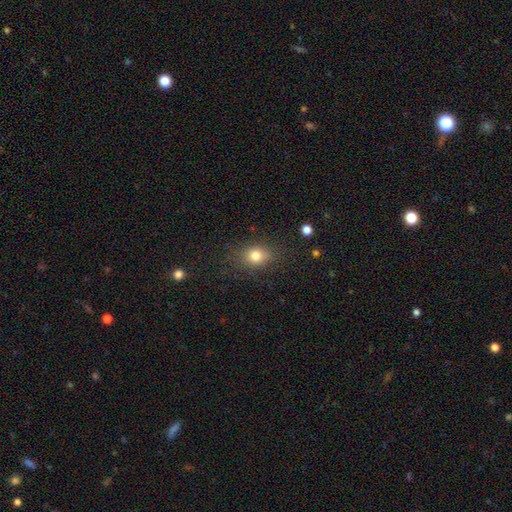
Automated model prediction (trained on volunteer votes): Smooth or featured?
  - smooth: 79% *
  - star or artifact: 12%
  - featured or disk: 9%
How rounded?
  - in between: 53% *
  - round: 46%
  - cigar-shaped: 2%
Merging?
  - none: 79% *
  - minor disturbance: 14%
  - major disturbance: 5%
  - merger: 2%